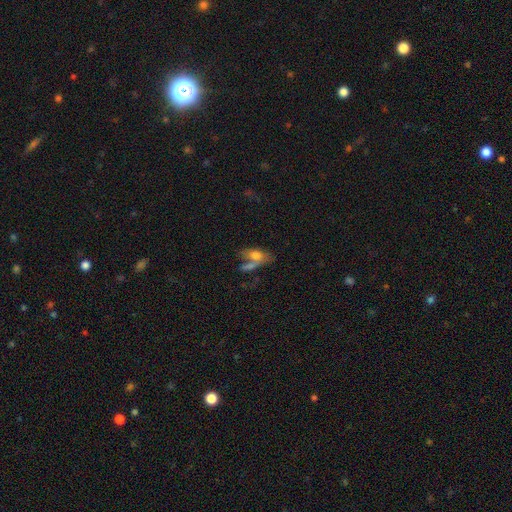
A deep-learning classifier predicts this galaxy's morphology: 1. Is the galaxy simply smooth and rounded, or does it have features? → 63% smooth, 27% featured or disk, 10% star or artifact.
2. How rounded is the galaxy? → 78% in between, 14% cigar-shaped, 7% round.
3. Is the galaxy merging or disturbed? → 37% merger, 35% none, 15% minor disturbance, 13% major disturbance.